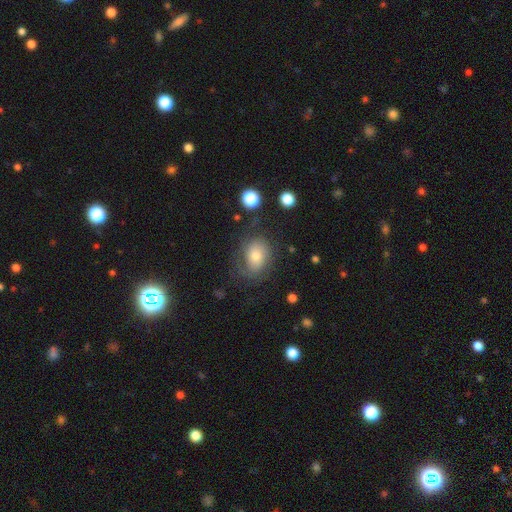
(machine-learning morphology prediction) Smooth or featured: featured or disk — 45% (smooth — 43%)
Merging: none — 61% (minor disturbance — 21%)